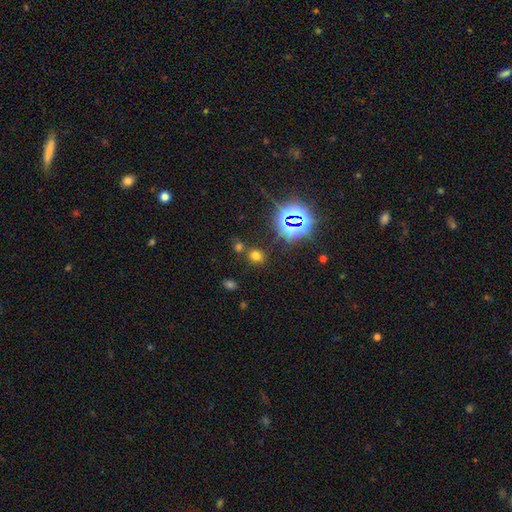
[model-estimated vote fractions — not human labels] Overall: smooth (58%; star or artifact 34%). How rounded: round (67%; in between 32%). Merging: none (75%).